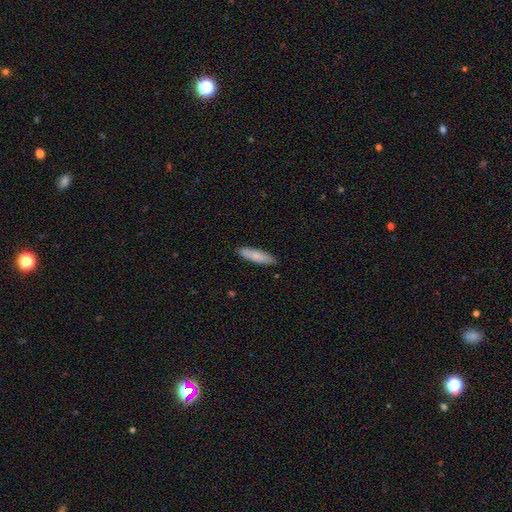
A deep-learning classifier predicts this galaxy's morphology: Smooth or featured? smooth (83%)
How rounded? cigar-shaped (66%)
Merging? none (87%)